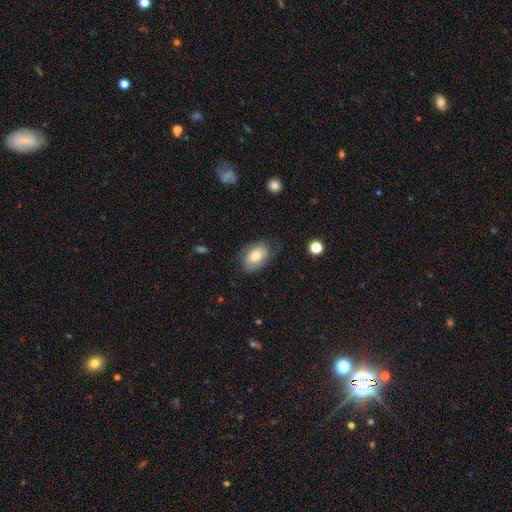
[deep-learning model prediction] This appears to be a smooth galaxy with no disk features (67%) that is in between round and cigar-shaped (86%). Merging: none (65%).